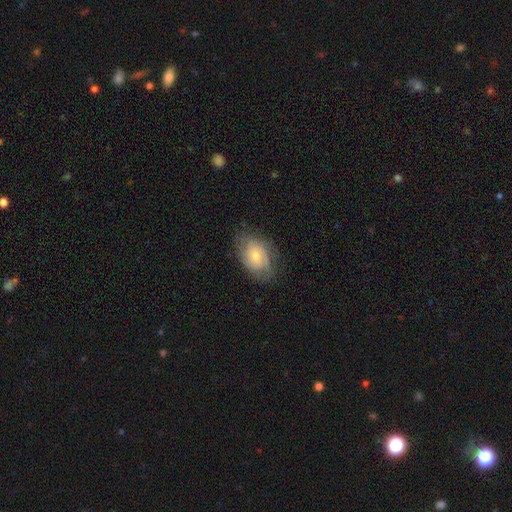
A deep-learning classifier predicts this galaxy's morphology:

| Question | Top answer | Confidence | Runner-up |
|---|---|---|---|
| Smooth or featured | smooth | 52% | featured or disk (41%) |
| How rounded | in between | 80% | round (19%) |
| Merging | none | 67% | minor disturbance (23%) |